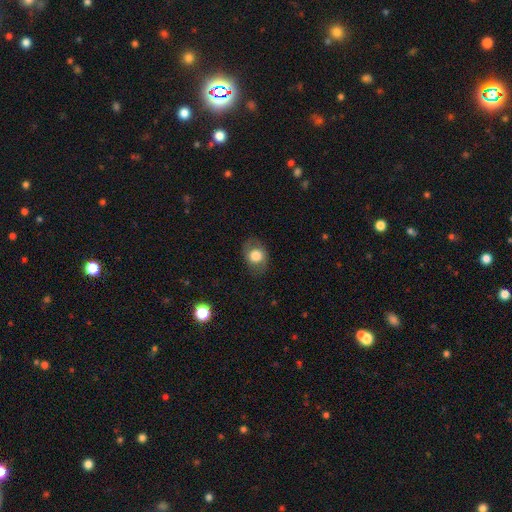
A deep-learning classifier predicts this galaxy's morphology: Smooth or featured? smooth (71%)
How rounded? in between (50%)
Merging? none (78%)